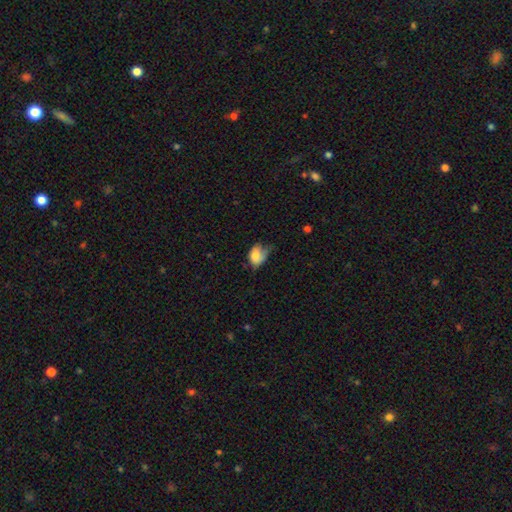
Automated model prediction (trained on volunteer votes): This is likely a smooth galaxy (75%). How rounded: likely in between (74%). Merging: marginally minor disturbance (41%).